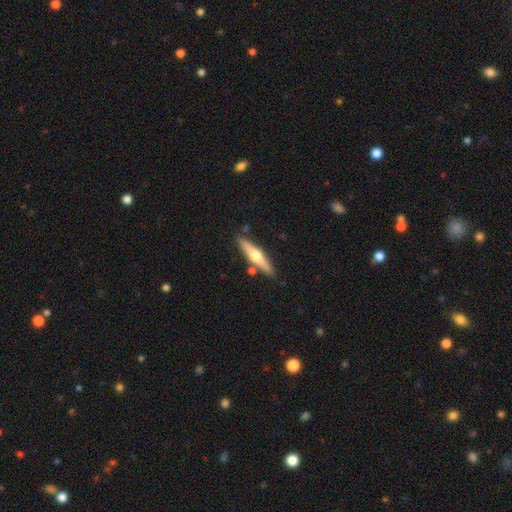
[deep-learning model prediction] A featured or disk galaxy (56%) viewed edge-on (95%) with a rounded central bulge (93%). Merging: none (83%).